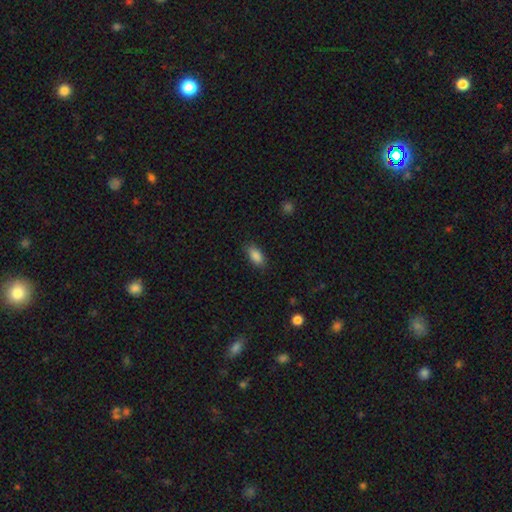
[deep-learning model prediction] A smooth galaxy with no disk features (88%) that is in between round and cigar-shaped (88%).

Vote fractions:
- Smooth or featured? smooth: 88% / star or artifact: 8% / featured or disk: 5%
- How rounded? in between: 88% / cigar-shaped: 8% / round: 3%
- Merging? none: 85% / minor disturbance: 12% / major disturbance: 3% / merger: 1%